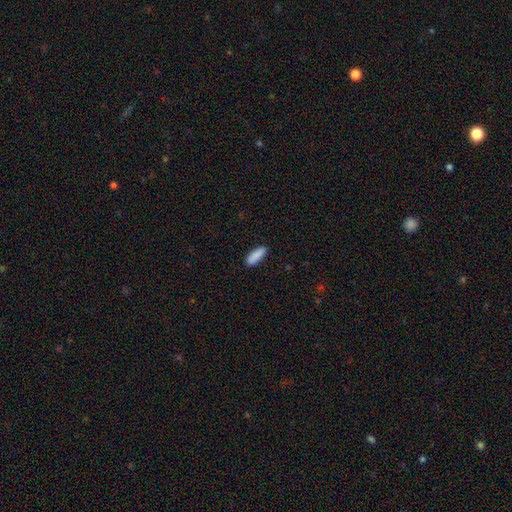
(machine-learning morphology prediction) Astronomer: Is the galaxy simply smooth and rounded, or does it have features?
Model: smooth — 90%.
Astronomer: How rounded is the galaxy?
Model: in between — 60% (runner-up: cigar-shaped, 38%).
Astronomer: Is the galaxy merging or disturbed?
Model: none — 88%.